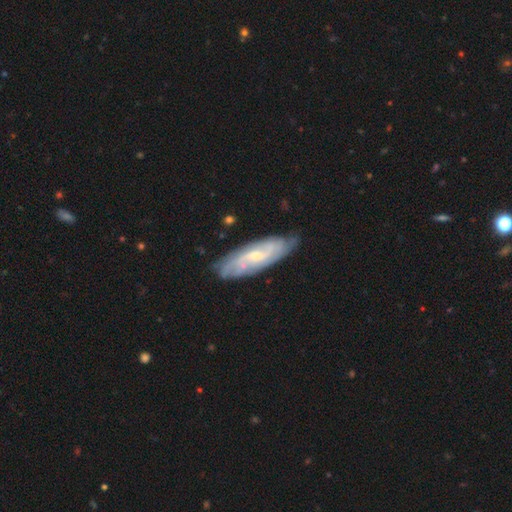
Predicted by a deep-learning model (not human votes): Smooth or featured? featured or disk (73%)
Edge-on disk? no (81%)
Bar? no (46%)
Spiral arms? yes (90%)
Spiral winding? tight (51%)
Spiral arm count? can't tell (48%)
Bulge size? small (60%)
Merging? none (78%)